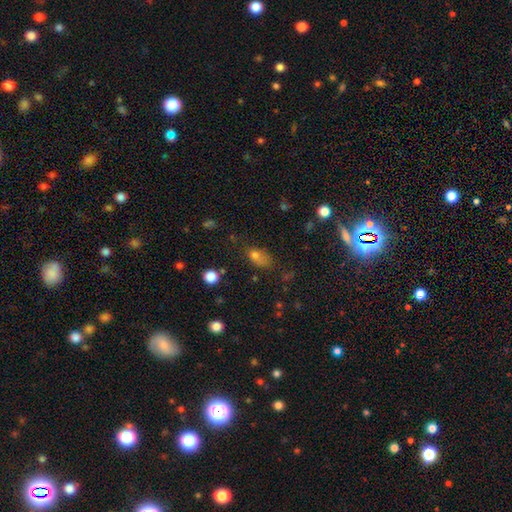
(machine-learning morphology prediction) type=smooth (69%); roundness=in between (73%); merging=none (46%).